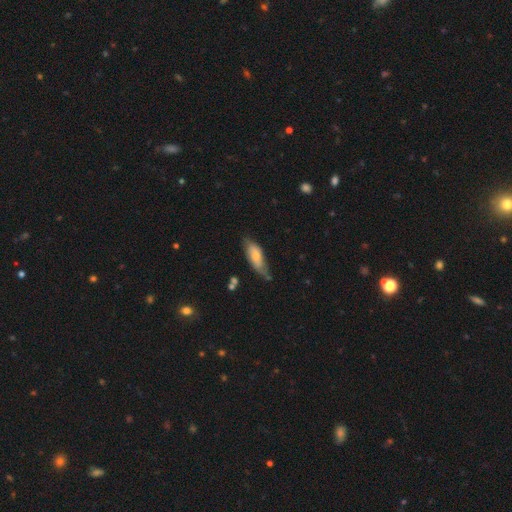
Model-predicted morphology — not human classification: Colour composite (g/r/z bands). It shows a smooth galaxy with no disk features (66%) that is in between round and cigar-shaped (67%). Merging: none (52%).